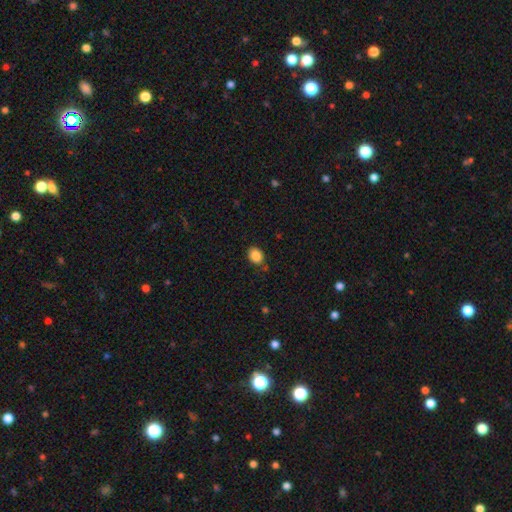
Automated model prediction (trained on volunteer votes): Smooth or featured?
  - smooth: 86% *
  - star or artifact: 9%
  - featured or disk: 5%
How rounded?
  - in between: 58% *
  - round: 41%
  - cigar-shaped: 1%
Merging?
  - none: 82% *
  - minor disturbance: 12%
  - merger: 3%
  - major disturbance: 3%